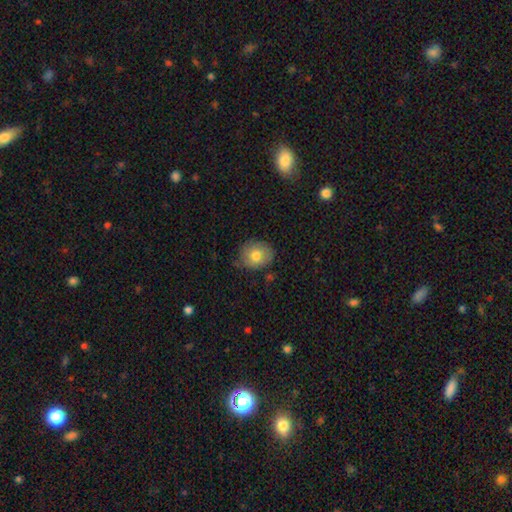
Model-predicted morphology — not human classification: Smooth or featured? smooth (76%)
How rounded? round (63%)
Merging? none (71%)